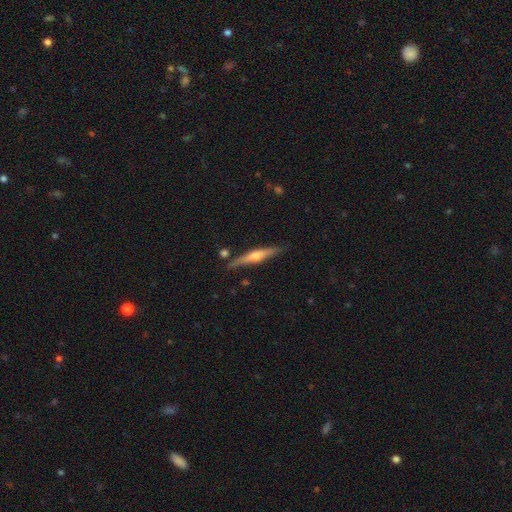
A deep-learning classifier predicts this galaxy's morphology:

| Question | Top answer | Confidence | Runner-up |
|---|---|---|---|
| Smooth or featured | featured or disk | 65% | smooth (29%) |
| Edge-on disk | yes | 97% | no (3%) |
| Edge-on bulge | rounded | 86% | none (8%) |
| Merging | none | 85% | minor disturbance (10%) |